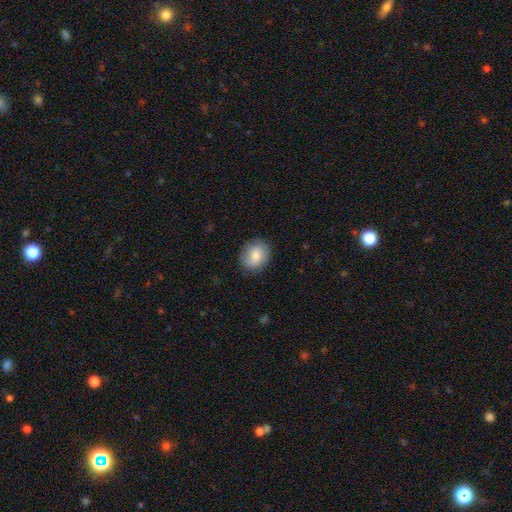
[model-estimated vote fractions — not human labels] This is clearly a smooth galaxy (81%). How rounded: possibly round (60%). Merging: clearly none (85%).